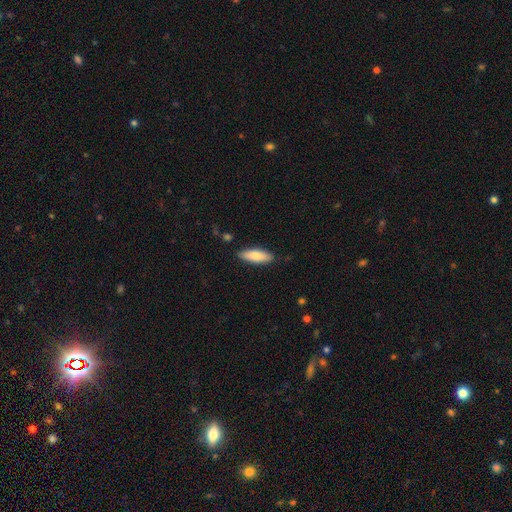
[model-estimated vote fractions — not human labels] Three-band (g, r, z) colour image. It shows a smooth galaxy with no disk features (82%) that is in between round and cigar-shaped (59%). Merging: none (87%).